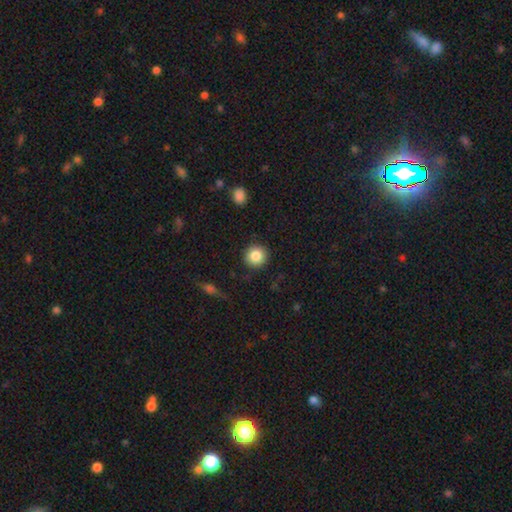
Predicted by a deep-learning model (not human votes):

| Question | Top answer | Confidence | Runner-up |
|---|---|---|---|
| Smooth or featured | smooth | 85% | star or artifact (9%) |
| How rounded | round | 94% | in between (5%) |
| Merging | none | 90% | minor disturbance (6%) |